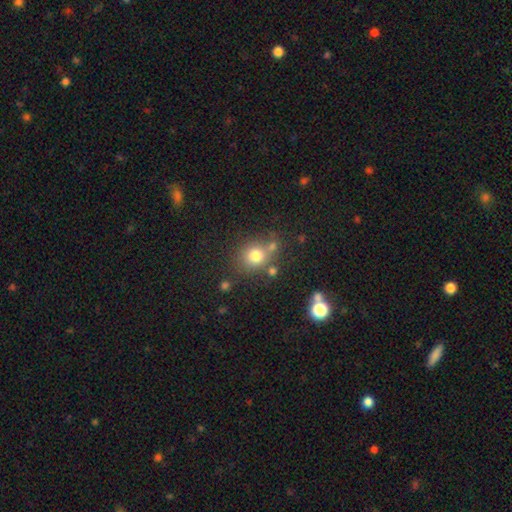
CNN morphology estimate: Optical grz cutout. It shows a smooth galaxy with no disk features (76%) that is round (80%). Merging: none (65%).